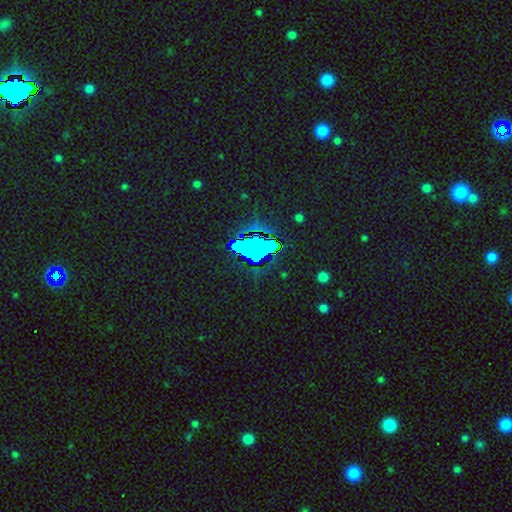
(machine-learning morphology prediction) Smooth or featured? Predicted: star or artifact (p=0.65).